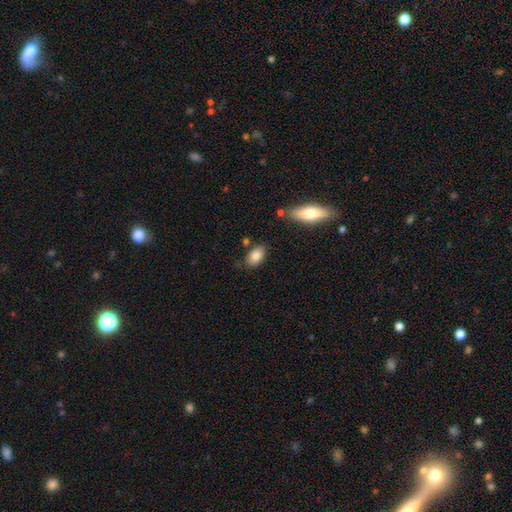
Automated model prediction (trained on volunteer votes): Smooth or featured? Predicted: smooth (p=0.85). How rounded? Predicted: in between (p=0.89). Merging? Predicted: none (p=0.76).